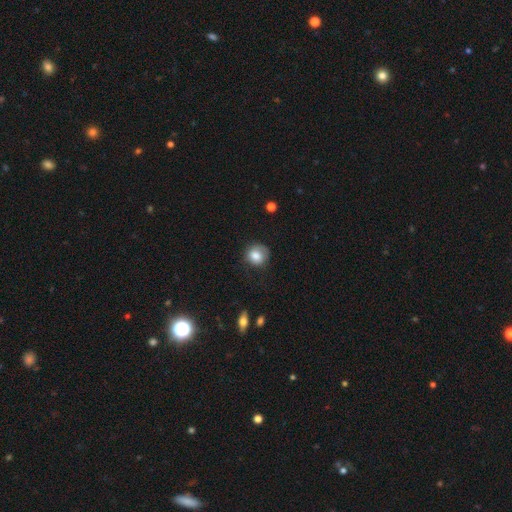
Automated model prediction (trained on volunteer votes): Smooth or featured? Predicted: smooth (p=0.80). How rounded? Predicted: round (p=0.78). Merging? Predicted: none (p=0.63).